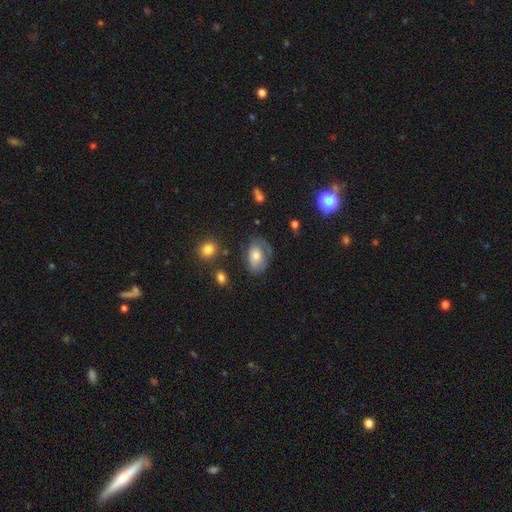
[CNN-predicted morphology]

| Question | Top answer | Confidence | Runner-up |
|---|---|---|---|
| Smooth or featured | smooth | 55% | featured or disk (36%) |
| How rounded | in between | 80% | round (18%) |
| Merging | none | 49% | minor disturbance (28%) |